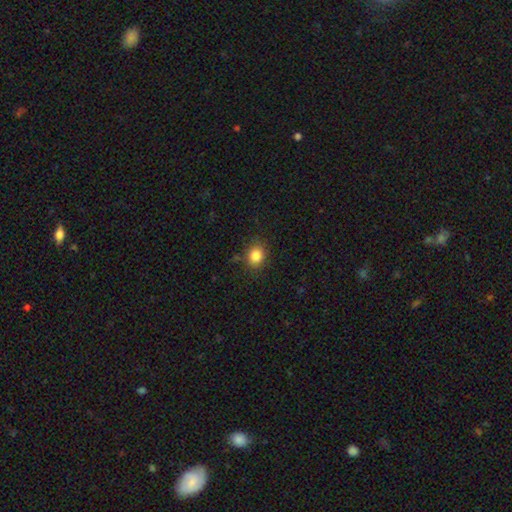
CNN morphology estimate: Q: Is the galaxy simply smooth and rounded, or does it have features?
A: smooth — 84%.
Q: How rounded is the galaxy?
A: round — 65%.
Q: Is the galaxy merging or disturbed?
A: none — 83%.